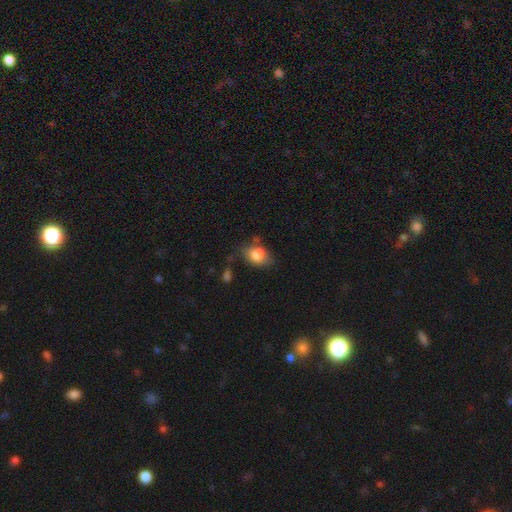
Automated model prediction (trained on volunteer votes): Overall: smooth (77%). How rounded: in between (72%). Merging: none (46%; minor disturbance 26%).